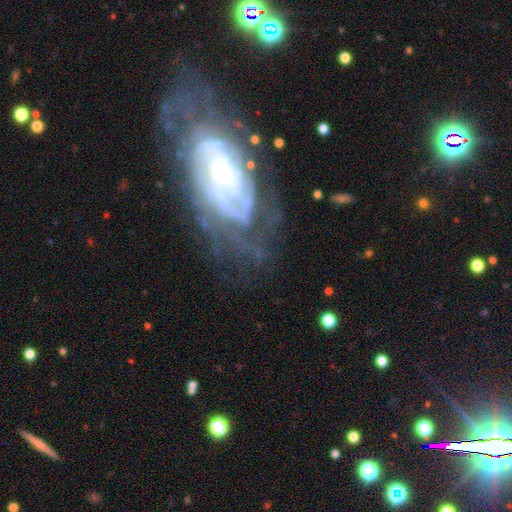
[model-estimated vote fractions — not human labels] Q: Smooth or featured?
A: featured or disk (82%); runner-up: smooth (10%)
Q: Edge-on disk?
A: no (94%); runner-up: yes (6%)
Q: Bar?
A: no (59%); runner-up: weak (29%)
Q: Spiral arms?
A: yes (93%); runner-up: no (7%)
Q: Spiral winding?
A: tight (74%); runner-up: medium (21%)
Q: Spiral arm count?
A: can't tell (44%); runner-up: 2 (19%)
Q: Bulge size?
A: small (73%); runner-up: moderate (16%)
Q: Merging?
A: none (59%); runner-up: minor disturbance (22%)